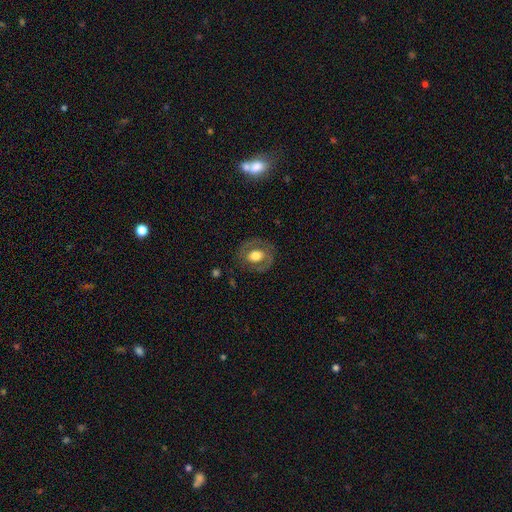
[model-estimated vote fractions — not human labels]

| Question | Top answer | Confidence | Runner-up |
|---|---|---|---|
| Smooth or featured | smooth | 48% | featured or disk (45%) |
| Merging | none | 77% | minor disturbance (14%) |